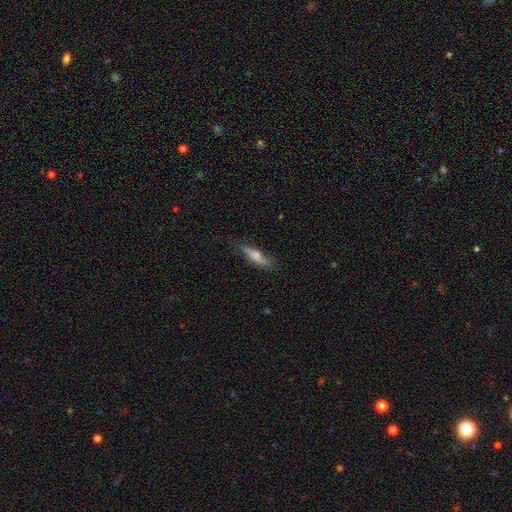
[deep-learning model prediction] smooth-or-featured: smooth: 65% | featured or disk: 28% | star or artifact: 7%
  how-rounded: cigar-shaped: 62% | in between: 36% | round: 2%
  merging: none: 61% | minor disturbance: 26% | major disturbance: 10% | merger: 3%